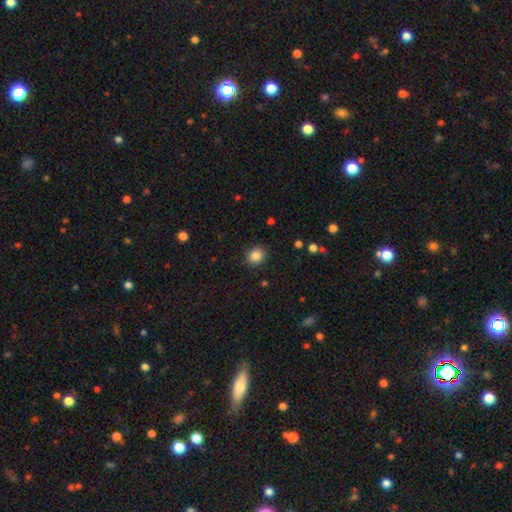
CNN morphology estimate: This is clearly a smooth galaxy (85%). How rounded: likely round (72%). Merging: clearly none (89%).